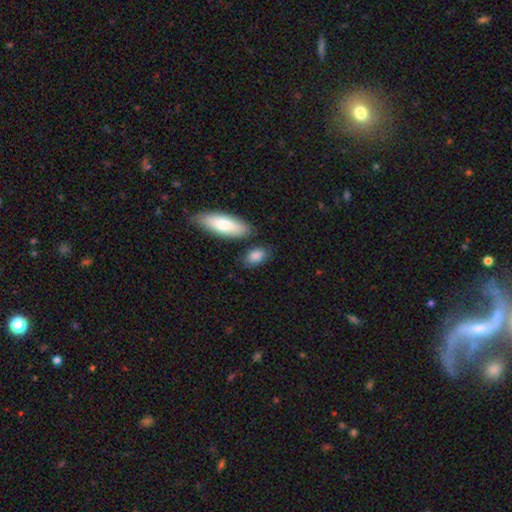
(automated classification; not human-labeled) Overall: smooth (86%). How rounded: in between (83%). Merging: none (72%).